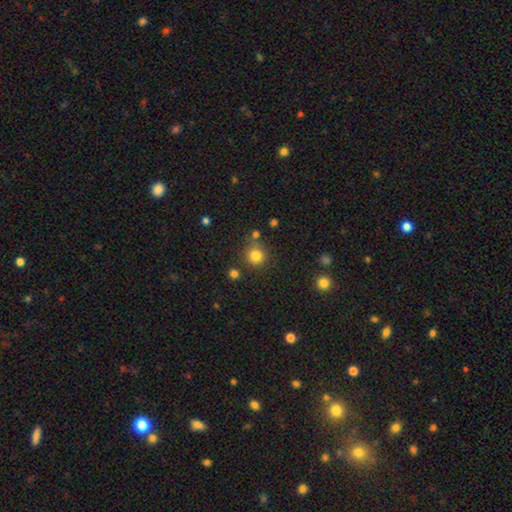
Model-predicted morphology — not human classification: smooth_or_featured: smooth (p=0.82) [alt: star or artifact p=0.13]
how_rounded: round (p=0.91) [alt: in between p=0.08]
merging: none (p=0.75) [alt: minor disturbance p=0.11]